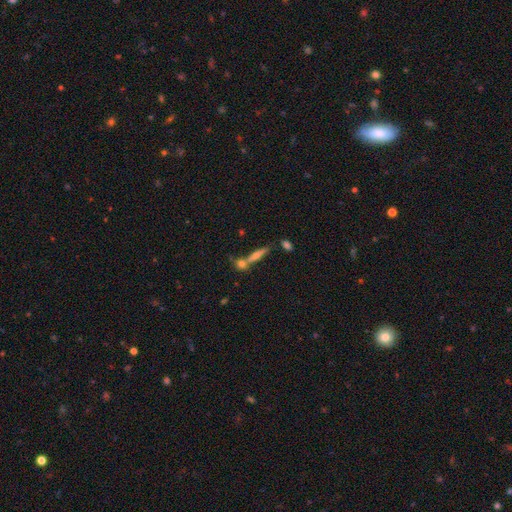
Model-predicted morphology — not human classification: Smooth or featured: smooth — 45% (featured or disk — 41%)
Merging: none — 59% (merger — 27%)